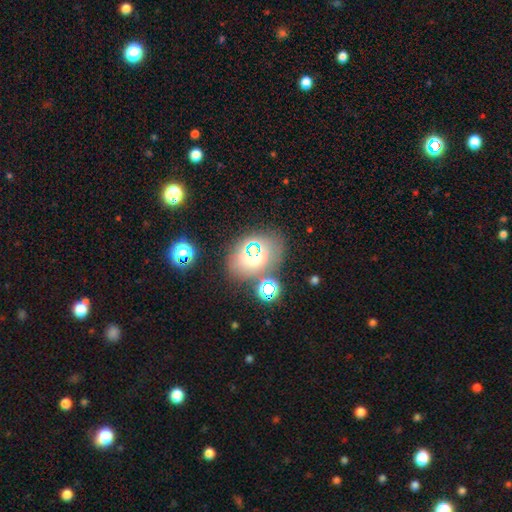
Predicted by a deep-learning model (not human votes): The model was most divided on "smooth or featured": smooth: 48%, star or artifact: 35%, featured or disk: 17%. More confident: merging — none (73%).